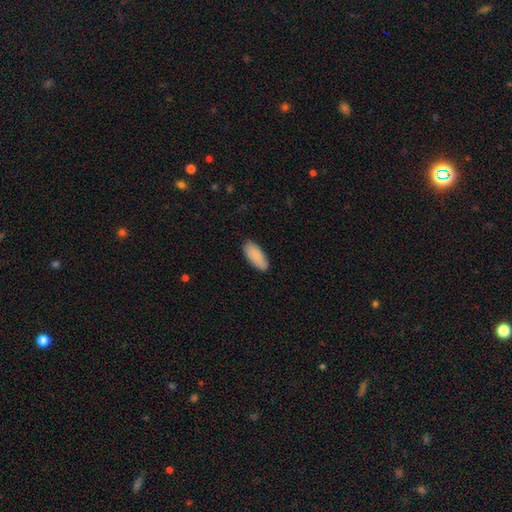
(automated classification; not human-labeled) smooth 89%, featured or disk 6%, star or artifact 6%. Down the decision tree: how rounded — in between (86%); merging — none (84%).